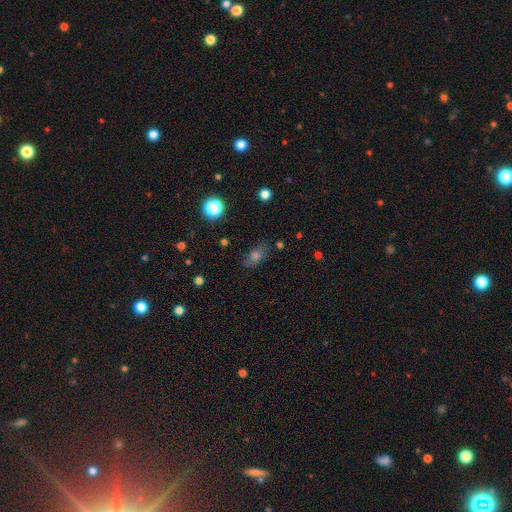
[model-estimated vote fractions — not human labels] This appears to be a smooth galaxy with no disk features (66%) that is in between round and cigar-shaped (78%). Merging: none (77%).